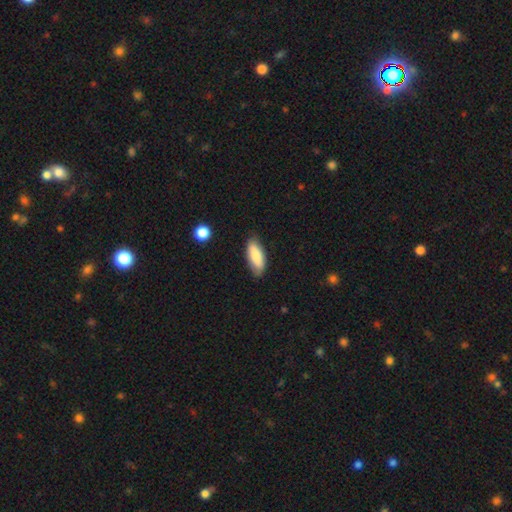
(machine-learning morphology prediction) smooth-or-featured: smooth: 80% | featured or disk: 14% | star or artifact: 6%
  how-rounded: in between: 78% | cigar-shaped: 20% | round: 2%
  merging: none: 80% | minor disturbance: 16% | major disturbance: 3% | merger: 1%